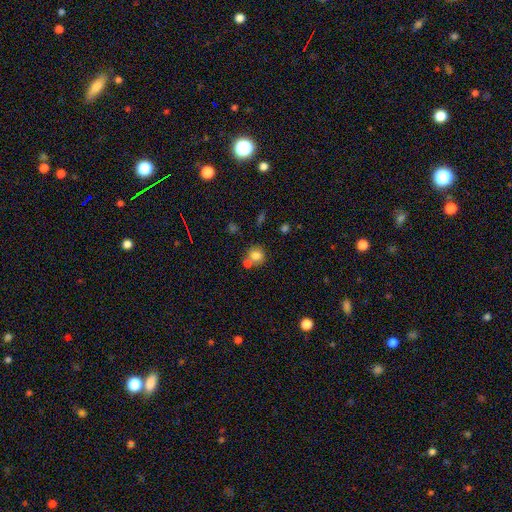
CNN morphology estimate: type=smooth (78%); roundness=round (68%); merging=none (48%).